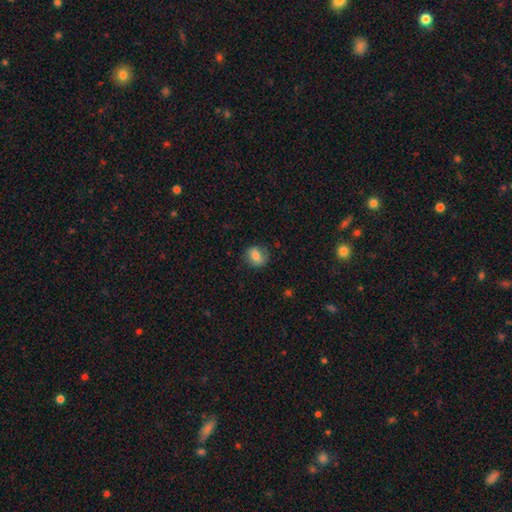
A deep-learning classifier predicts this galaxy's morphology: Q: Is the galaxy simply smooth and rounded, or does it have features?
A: smooth — 73%.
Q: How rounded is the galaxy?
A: round — 55%.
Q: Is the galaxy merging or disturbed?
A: none — 69%.